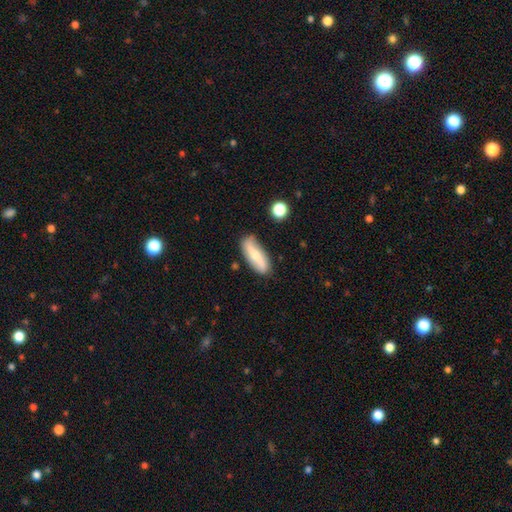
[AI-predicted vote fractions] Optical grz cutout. It shows a featured or disk galaxy (56%). Merging: none (81%).